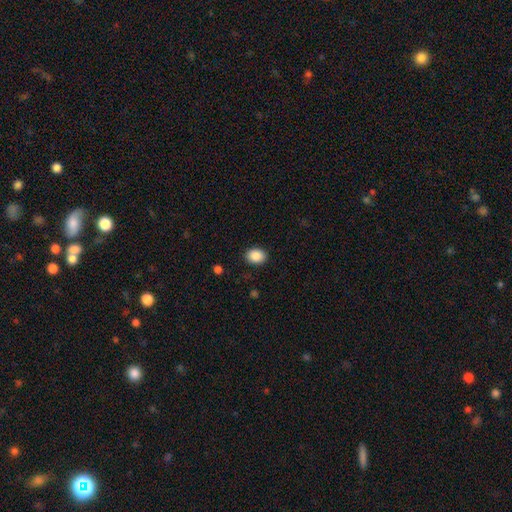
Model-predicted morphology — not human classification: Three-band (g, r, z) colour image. It shows a smooth galaxy with no disk features (89%) that is in between round and cigar-shaped (60%). Merging: none (89%).